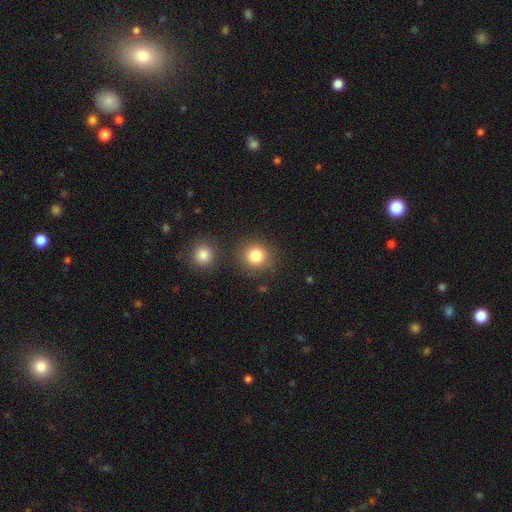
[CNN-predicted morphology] This appears to be a smooth galaxy with no disk features (82%) that is round (89%). Merging: none (80%).